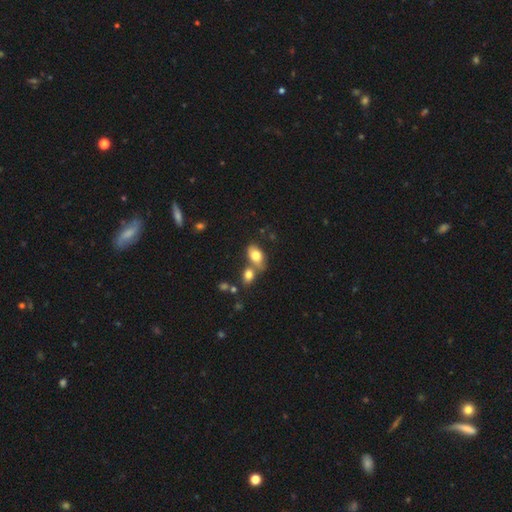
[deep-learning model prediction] Smooth or featured: smooth — 79% (featured or disk — 13%)
How rounded: in between — 88% (round — 10%)
Merging: none — 45% (merger — 39%)